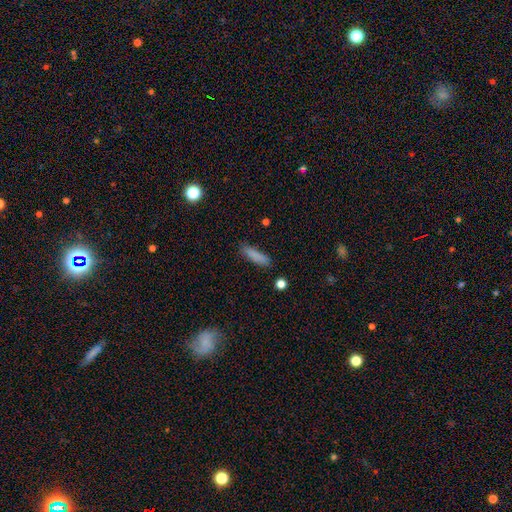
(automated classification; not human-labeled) smooth 84%, star or artifact 8%, featured or disk 8%. Down the decision tree: how rounded — cigar-shaped (71%); merging — none (81%).